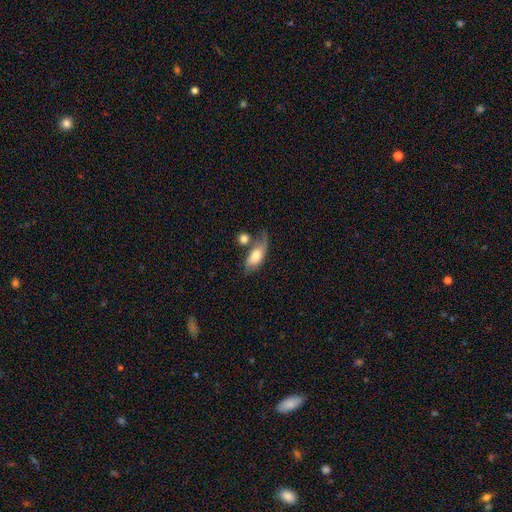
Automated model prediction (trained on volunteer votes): A smooth galaxy with no disk features (65%) that is in between round and cigar-shaped (83%).

Vote fractions:
- Smooth or featured? smooth: 65% / featured or disk: 29% / star or artifact: 7%
- How rounded? in between: 83% / cigar-shaped: 12% / round: 5%
- Merging? none: 39% / merger: 26% / minor disturbance: 22% / major disturbance: 13%